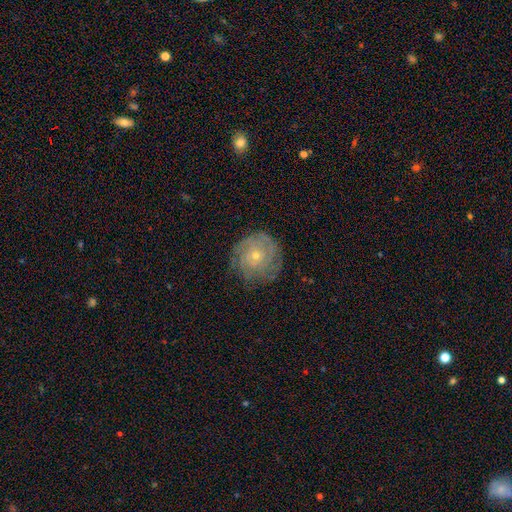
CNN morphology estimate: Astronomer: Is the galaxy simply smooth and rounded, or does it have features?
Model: featured or disk — 73%.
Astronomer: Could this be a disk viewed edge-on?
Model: no — 97%.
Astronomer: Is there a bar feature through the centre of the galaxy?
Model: no — 83%.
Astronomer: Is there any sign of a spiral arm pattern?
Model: yes — 90%.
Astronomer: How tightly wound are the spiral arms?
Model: tight — 76%.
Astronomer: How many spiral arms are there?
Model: can't tell — 44%.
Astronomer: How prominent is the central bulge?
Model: small — 71%.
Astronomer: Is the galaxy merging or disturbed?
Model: none — 79%.